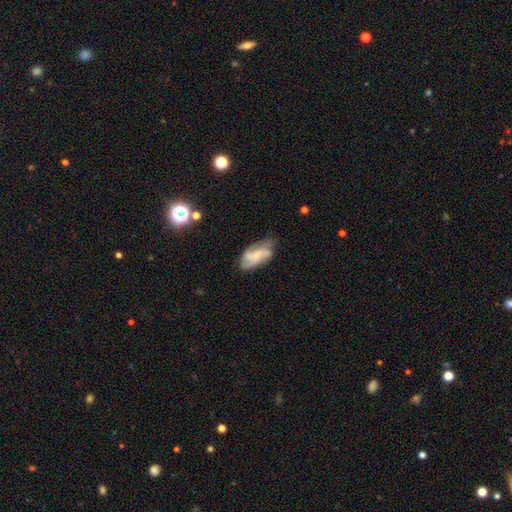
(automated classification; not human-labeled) Q: Smooth or featured?
A: featured or disk (58%); runner-up: smooth (34%)
Q: Edge-on disk?
A: no (95%); runner-up: yes (5%)
Q: Bar?
A: no (57%); runner-up: weak (32%)
Q: Spiral arms?
A: yes (83%); runner-up: no (17%)
Q: Bulge size?
A: small (37%); runner-up: none (36%)
Q: Merging?
A: none (54%); runner-up: minor disturbance (29%)